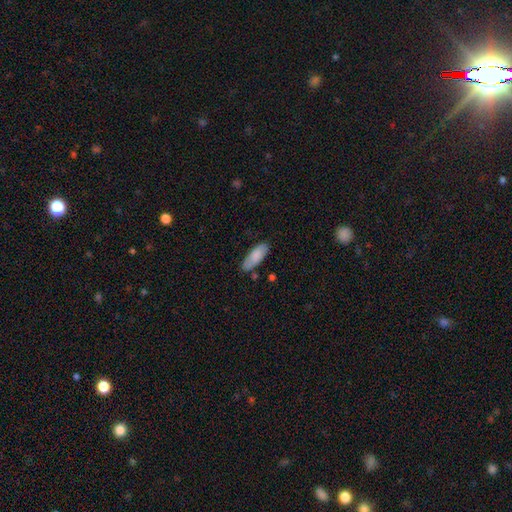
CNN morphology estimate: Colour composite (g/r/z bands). It shows a smooth galaxy with no disk features (83%) that is in between round and cigar-shaped (73%). Merging: none (74%).